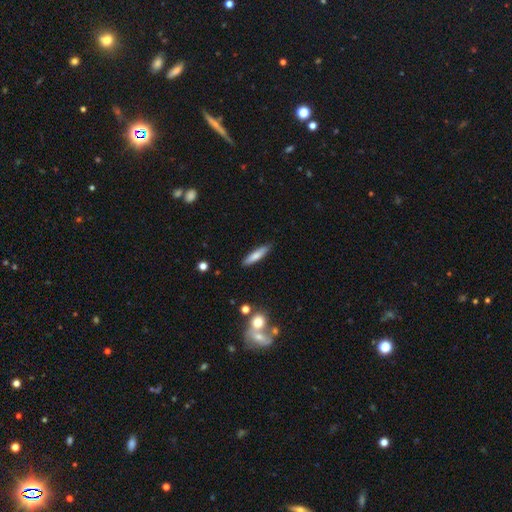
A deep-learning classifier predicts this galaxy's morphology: This appears to be a smooth galaxy with no disk features (76%) that is cigar-shaped (81%). Merging: none (87%).